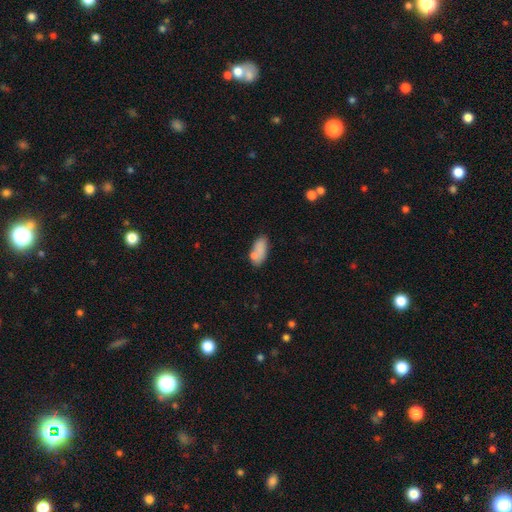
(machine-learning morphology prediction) smooth_or_featured: smooth (p=0.79) [alt: featured or disk p=0.13]
how_rounded: in between (p=0.88) [alt: cigar-shaped p=0.08]
merging: none (p=0.57) [alt: minor disturbance p=0.19]